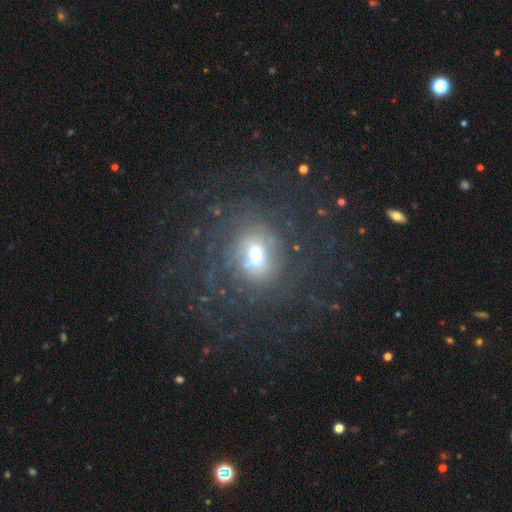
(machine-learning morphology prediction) Smooth or featured? Predicted: featured or disk (p=0.71). Edge-on disk? Predicted: no (p=0.96). Bar? Predicted: no (p=0.47). Spiral arms? Predicted: yes (p=0.85). Spiral winding? Predicted: tight (p=0.54). Spiral arm count? Predicted: can't tell (p=0.43). Bulge size? Predicted: moderate (p=0.55). Merging? Predicted: none (p=0.68).